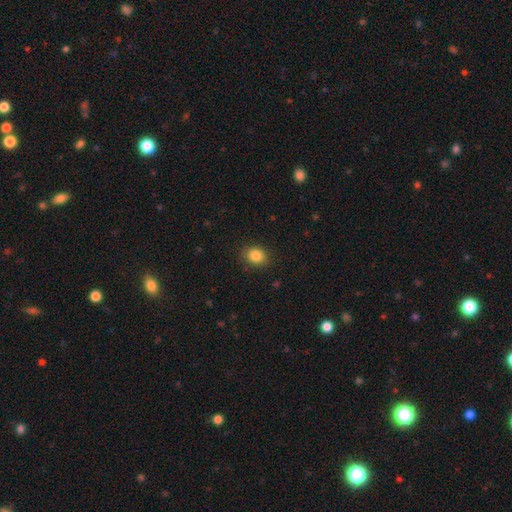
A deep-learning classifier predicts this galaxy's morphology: smooth-or-featured: smooth: 85% | star or artifact: 10% | featured or disk: 5%
  how-rounded: round: 61% | in between: 38% | cigar-shaped: 1%
  merging: none: 87% | minor disturbance: 10% | major disturbance: 3% | merger: 1%